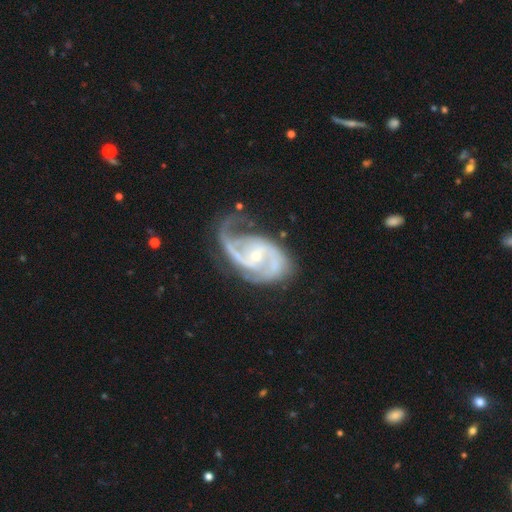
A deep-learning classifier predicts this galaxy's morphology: Smooth or featured? Predicted: featured or disk (p=0.91). Edge-on disk? Predicted: no (p=0.97). Bar? Predicted: no (p=0.43). Spiral arms? Predicted: yes (p=0.97). Spiral winding? Predicted: medium (p=0.53). Spiral arm count? Predicted: 2 (p=0.75). Bulge size? Predicted: small (p=0.70). Merging? Predicted: none (p=0.46).